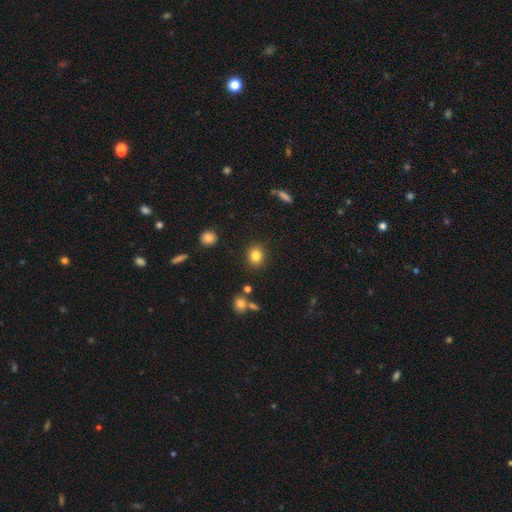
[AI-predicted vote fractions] This appears to be a smooth galaxy with no disk features (83%) that is round (74%). Merging: none (88%).